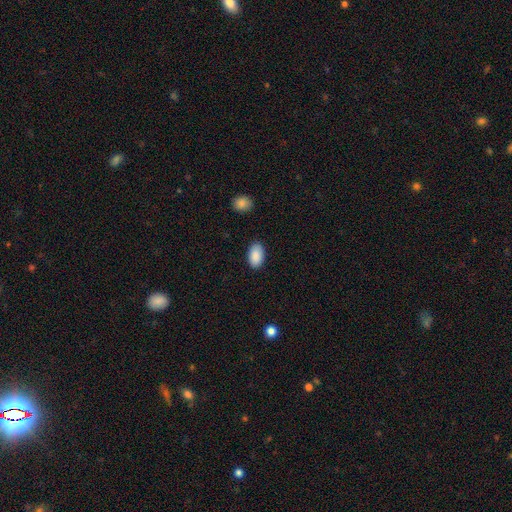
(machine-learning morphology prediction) A smooth galaxy with no disk features (90%) that is in between round and cigar-shaped (94%).

Vote fractions:
- Smooth or featured? smooth: 90% / star or artifact: 6% / featured or disk: 4%
- How rounded? in between: 94% / round: 4% / cigar-shaped: 1%
- Merging? none: 87% / minor disturbance: 9% / major disturbance: 2% / merger: 1%